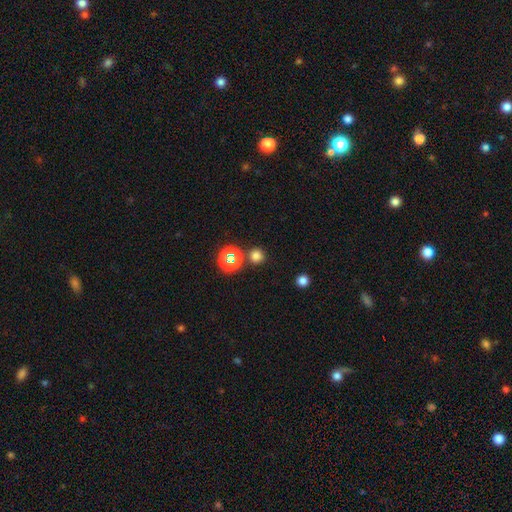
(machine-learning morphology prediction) Smooth or featured? smooth (72%)
How rounded? round (93%)
Merging? none (83%)